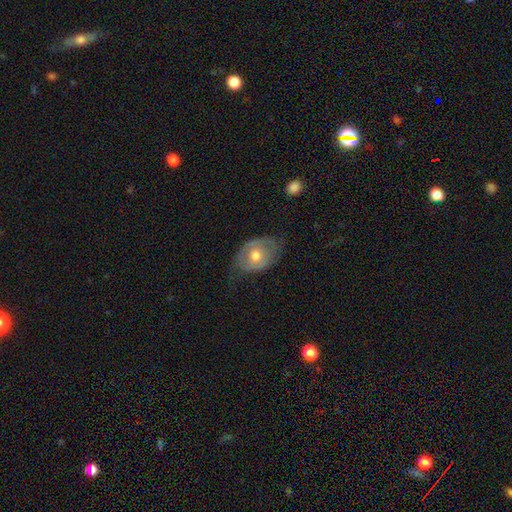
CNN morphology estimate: Smooth or featured?
  - featured or disk: 51% *
  - smooth: 43%
  - star or artifact: 7%
Edge-on disk?
  - no: 93% *
  - yes: 7%
Merging?
  - none: 53% *
  - minor disturbance: 30%
  - major disturbance: 15%
  - merger: 2%